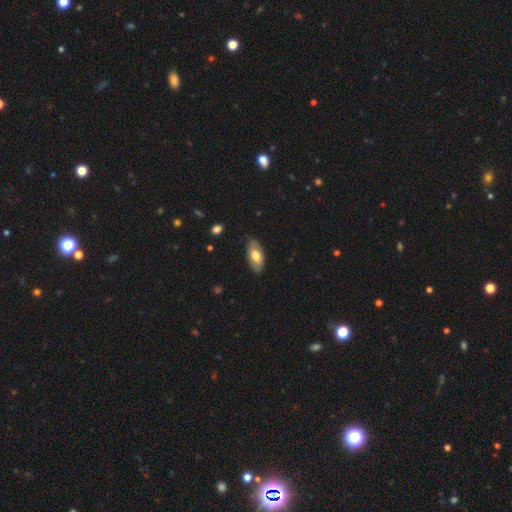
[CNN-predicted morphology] Overall: smooth (68%). How rounded: in between (91%). Merging: none (81%).